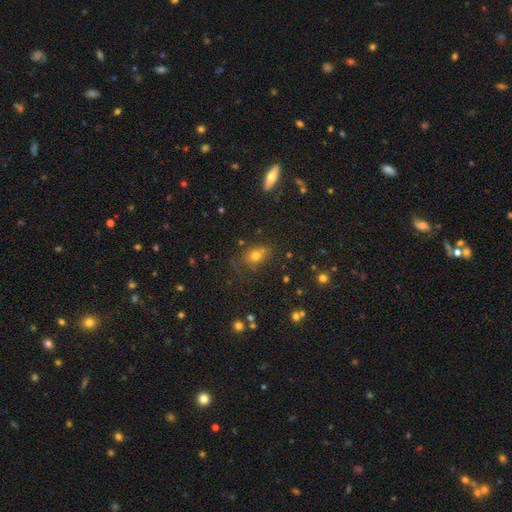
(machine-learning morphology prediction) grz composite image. It shows a smooth galaxy with no disk features (69%) that is in between round and cigar-shaped (52%). Merging: none (66%).